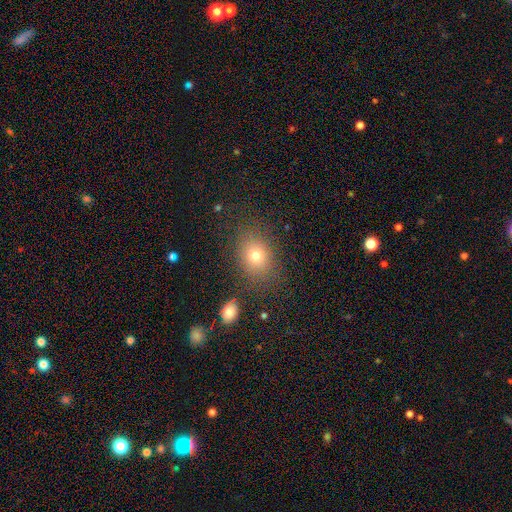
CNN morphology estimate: smooth 75%, star or artifact 14%, featured or disk 11%. Down the decision tree: how rounded — in between (56%); merging — none (80%).